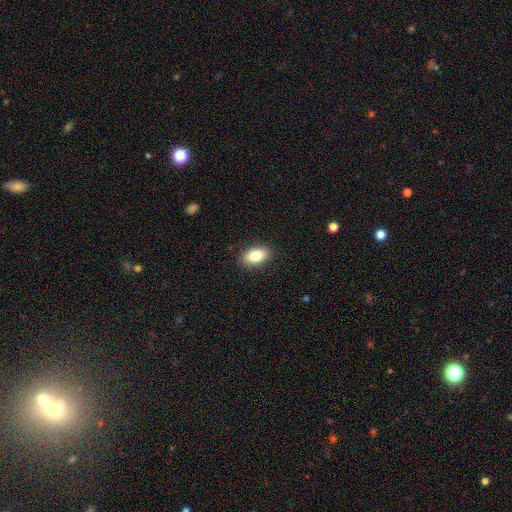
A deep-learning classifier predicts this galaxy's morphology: This is clearly a smooth galaxy (82%). How rounded: clearly in between (89%). Merging: clearly none (89%).